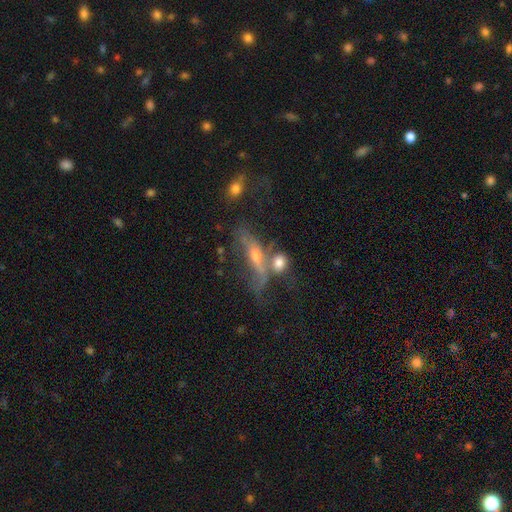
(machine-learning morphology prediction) A featured or disk galaxy (55%). Merging: merger (43%).